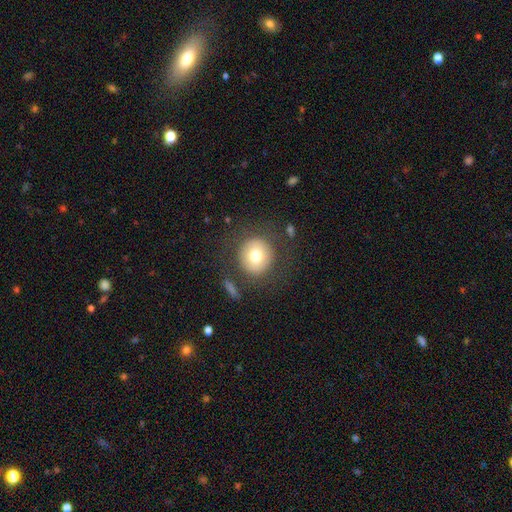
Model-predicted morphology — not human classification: Smooth or featured: smooth — 73% (featured or disk — 17%)
How rounded: round — 93% (in between — 6%)
Merging: none — 81% (minor disturbance — 10%)